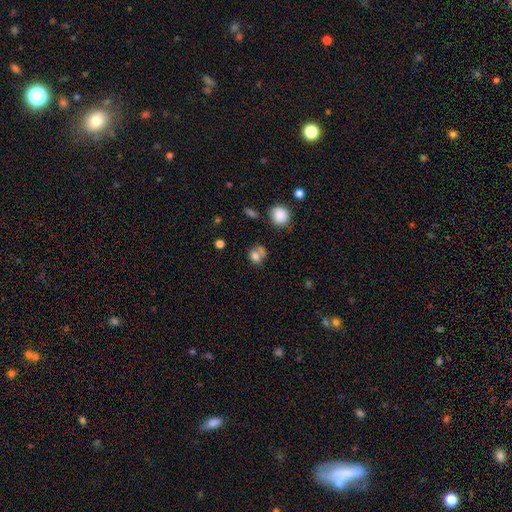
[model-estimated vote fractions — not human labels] Smooth or featured?
  - smooth: 75% *
  - star or artifact: 13%
  - featured or disk: 13%
How rounded?
  - round: 67% *
  - in between: 32%
  - cigar-shaped: 1%
Merging?
  - none: 40% *
  - merger: 33%
  - minor disturbance: 17%
  - major disturbance: 10%